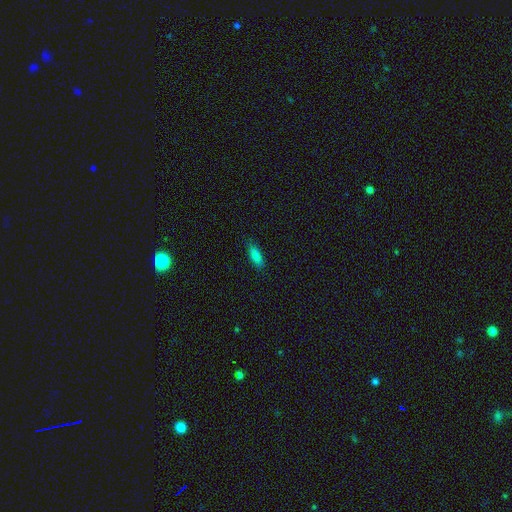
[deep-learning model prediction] smooth 83%, featured or disk 9%, star or artifact 8%. Down the decision tree: how rounded — in between (68%); merging — none (86%).